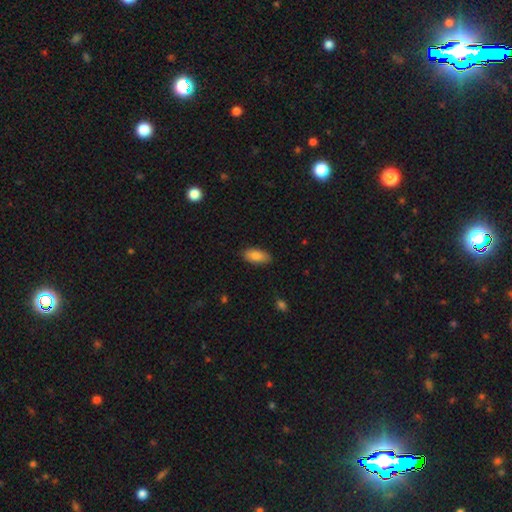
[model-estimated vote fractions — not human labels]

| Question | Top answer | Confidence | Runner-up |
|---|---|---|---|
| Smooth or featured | smooth | 82% | featured or disk (11%) |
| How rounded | in between | 90% | cigar-shaped (8%) |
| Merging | none | 86% | minor disturbance (11%) |